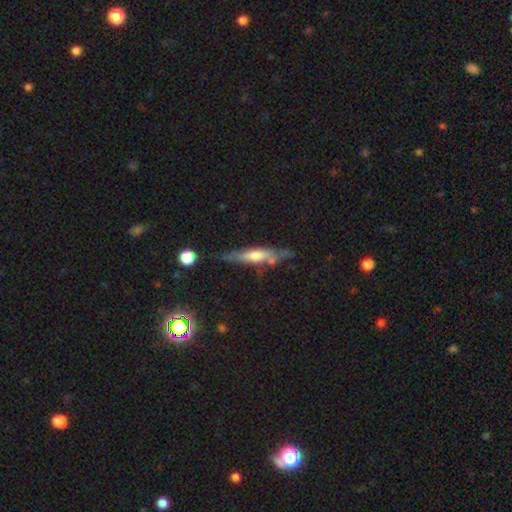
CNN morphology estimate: Smooth or featured? featured or disk (49%)
Merging? none (59%)